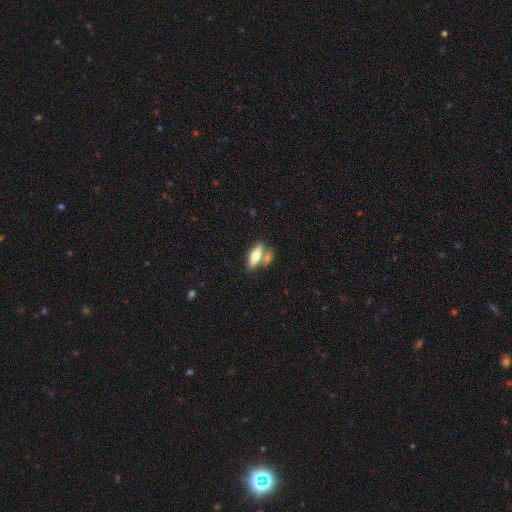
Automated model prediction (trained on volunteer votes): Smooth or featured: smooth — 64% (featured or disk — 30%)
How rounded: in between — 71% (cigar-shaped — 26%)
Merging: none — 53% (merger — 30%)